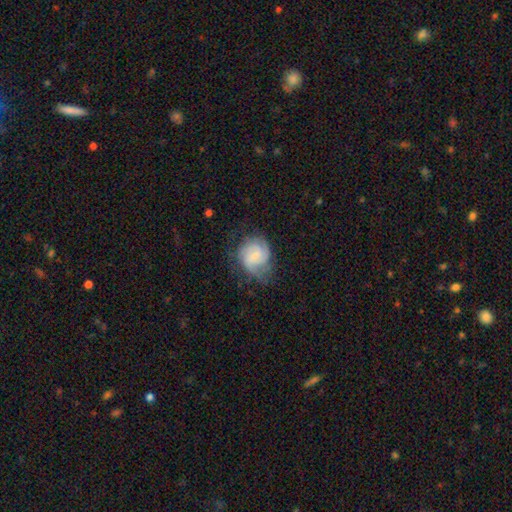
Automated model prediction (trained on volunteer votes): This appears to be a featured or disk galaxy (68%) with a weak bar (46%), 2 (35%) tight (43%) spiral arms (93%) and a small central bulge (63%). Merging: none (55%).